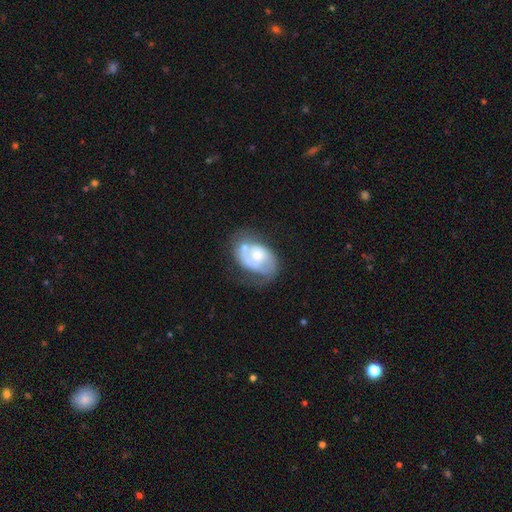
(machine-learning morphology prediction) This appears to be a featured or disk galaxy (68%) with no bar (73%), spiral arms (74%) and a moderate central bulge (57%). Merging: none (38%).